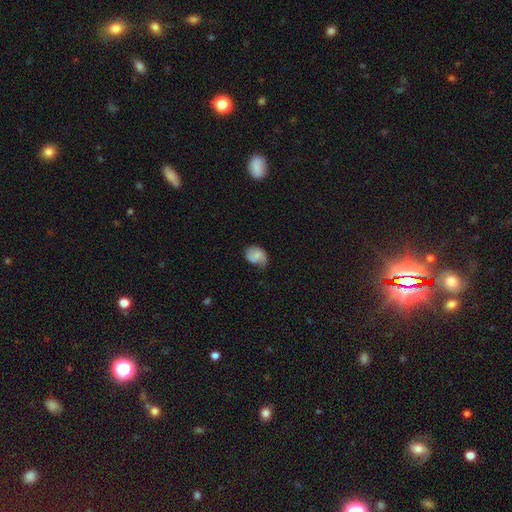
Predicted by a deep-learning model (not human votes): Smooth or featured? Predicted: smooth (p=0.64). How rounded? Predicted: in between (p=0.65). Merging? Predicted: minor disturbance (p=0.39).